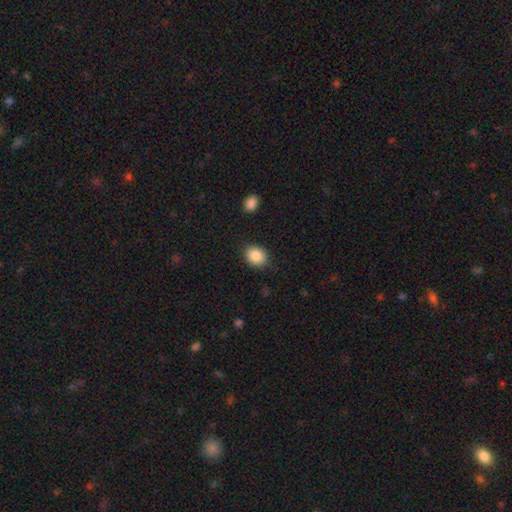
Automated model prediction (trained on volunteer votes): Smooth or featured: smooth — 87% (star or artifact — 8%)
How rounded: round — 52% (in between — 47%)
Merging: none — 84% (minor disturbance — 12%)